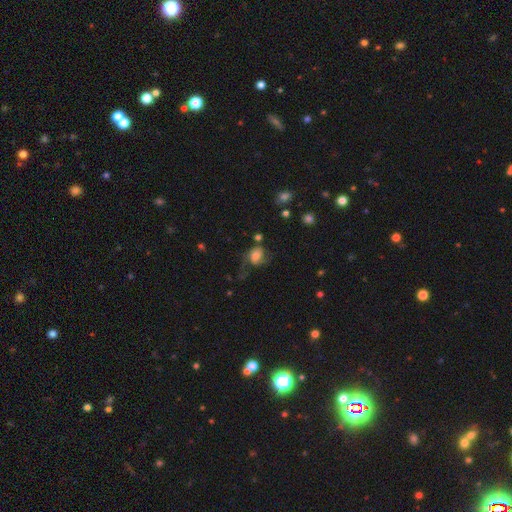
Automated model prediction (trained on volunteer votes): Morphology: type=featured or disk (47%); merging=none (37%).